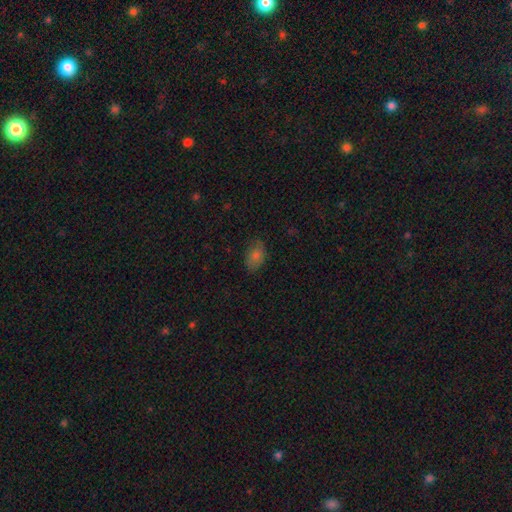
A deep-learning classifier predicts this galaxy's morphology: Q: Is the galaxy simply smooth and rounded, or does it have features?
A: smooth — 74%.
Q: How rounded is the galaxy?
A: in between — 85%.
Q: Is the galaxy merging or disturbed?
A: none — 79%.